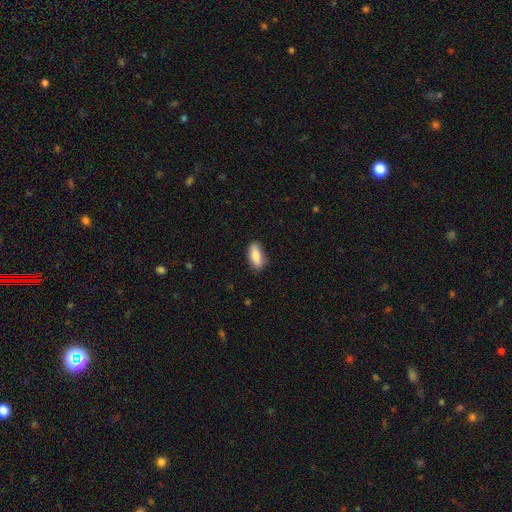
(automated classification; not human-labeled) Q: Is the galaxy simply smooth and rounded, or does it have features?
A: smooth — 81%.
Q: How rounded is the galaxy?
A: in between — 76%.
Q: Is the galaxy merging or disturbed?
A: none — 78%.